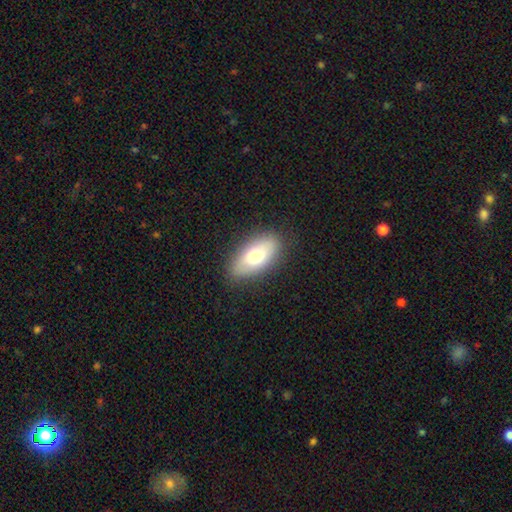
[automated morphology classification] This is likely a smooth galaxy (73%). How rounded: clearly in between (89%). Merging: clearly none (85%).